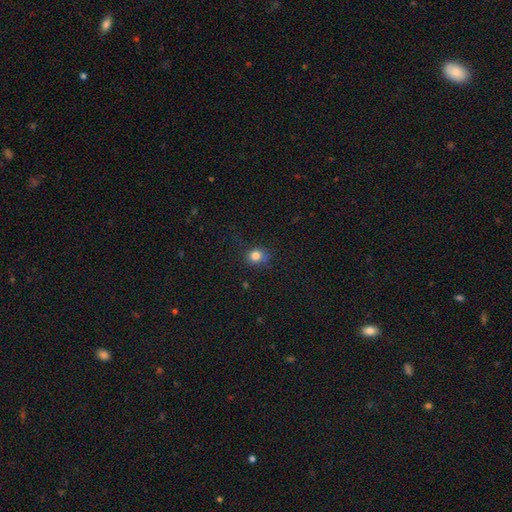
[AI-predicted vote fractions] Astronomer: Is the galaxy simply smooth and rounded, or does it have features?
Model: smooth — 82%.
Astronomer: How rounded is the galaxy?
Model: round — 70%.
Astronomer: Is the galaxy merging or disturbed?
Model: none — 73%.